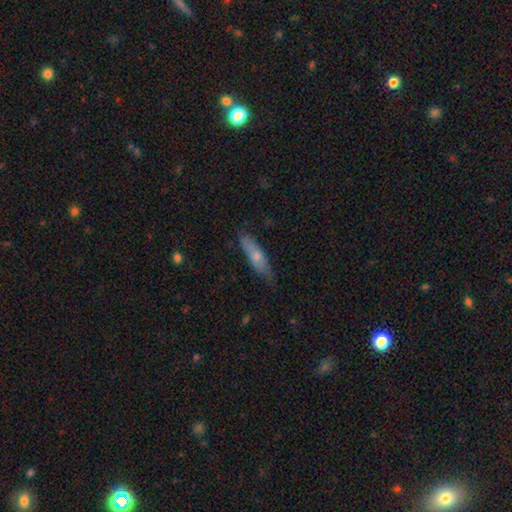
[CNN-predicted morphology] smooth-or-featured: smooth: 60% | featured or disk: 34% | star or artifact: 6%
  how-rounded: cigar-shaped: 66% | in between: 32% | round: 2%
  merging: none: 69% | minor disturbance: 25% | major disturbance: 5% | merger: 2%